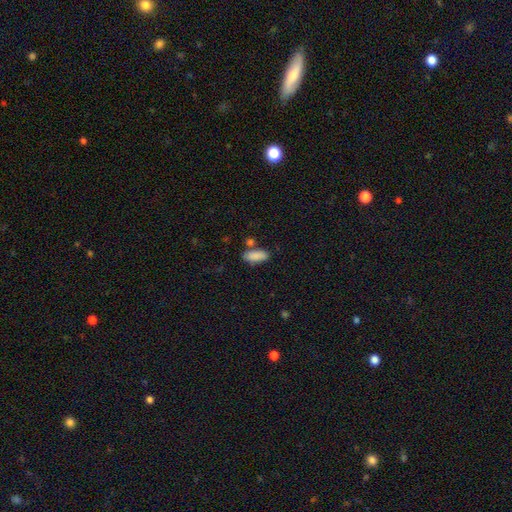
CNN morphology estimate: smooth-or-featured: smooth: 87% | star or artifact: 7% | featured or disk: 6%
  how-rounded: in between: 82% | cigar-shaped: 16% | round: 2%
  merging: none: 70% | minor disturbance: 14% | merger: 12% | major disturbance: 4%